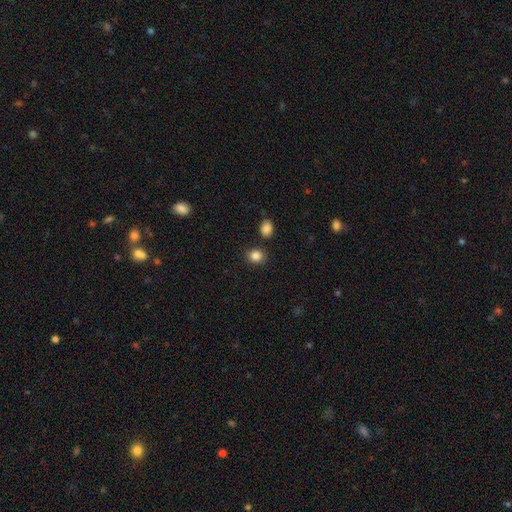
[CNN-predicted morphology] The model was most divided on "how rounded": round: 72%, in between: 28%, cigar-shaped: 1%. More confident: smooth or featured — smooth (86%); merging — none (83%).